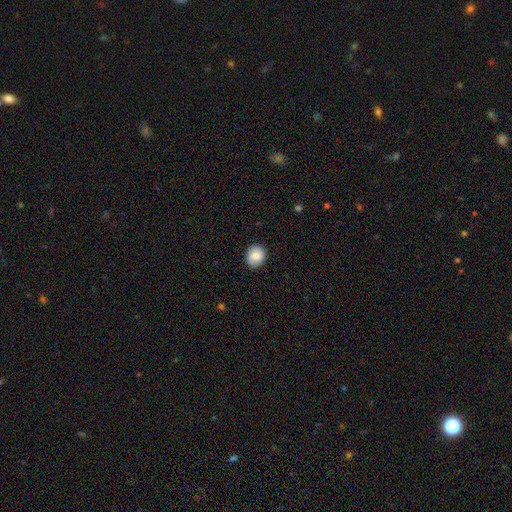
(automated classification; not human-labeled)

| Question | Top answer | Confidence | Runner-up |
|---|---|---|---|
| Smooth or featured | smooth | 84% | featured or disk (8%) |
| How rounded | round | 74% | in between (25%) |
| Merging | none | 86% | minor disturbance (11%) |